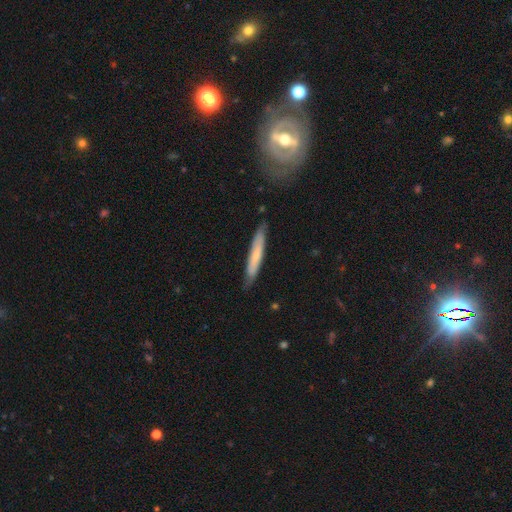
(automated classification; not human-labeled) Q: Smooth or featured?
A: smooth (57%); runner-up: featured or disk (37%)
Q: How rounded?
A: cigar-shaped (94%); runner-up: in between (5%)
Q: Merging?
A: none (82%); runner-up: minor disturbance (15%)